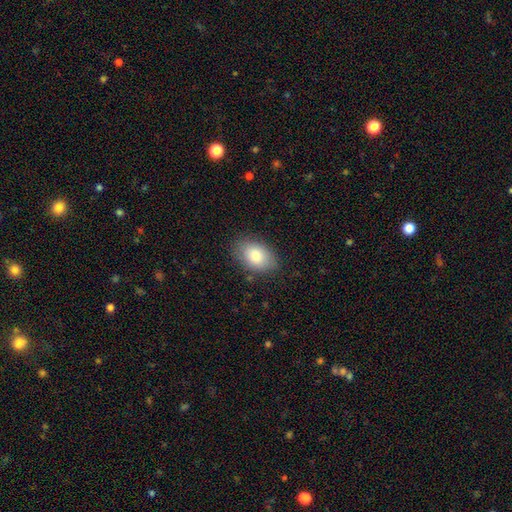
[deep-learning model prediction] Smooth or featured? Predicted: smooth (p=0.82). How rounded? Predicted: in between (p=0.87). Merging? Predicted: none (p=0.81).